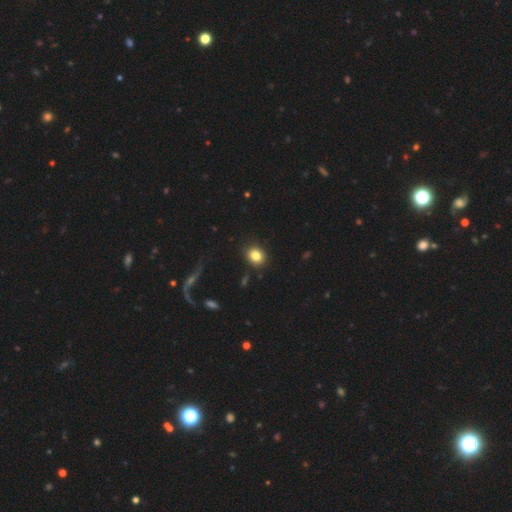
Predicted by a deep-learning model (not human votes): Smooth or featured? smooth (83%)
How rounded? round (67%)
Merging? none (87%)